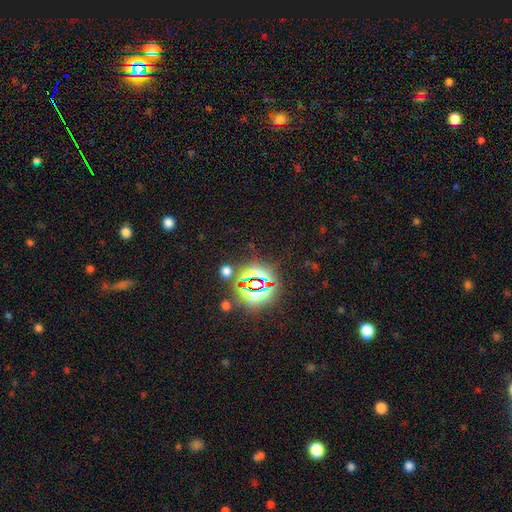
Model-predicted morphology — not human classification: A star or artifact, not a galaxy (82%).